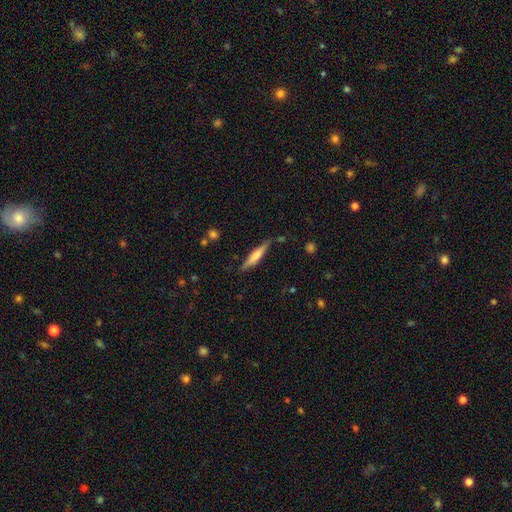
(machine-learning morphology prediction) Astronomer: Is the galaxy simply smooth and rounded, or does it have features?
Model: smooth — 48% (runner-up: featured or disk, 46%).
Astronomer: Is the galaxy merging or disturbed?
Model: none — 83%.